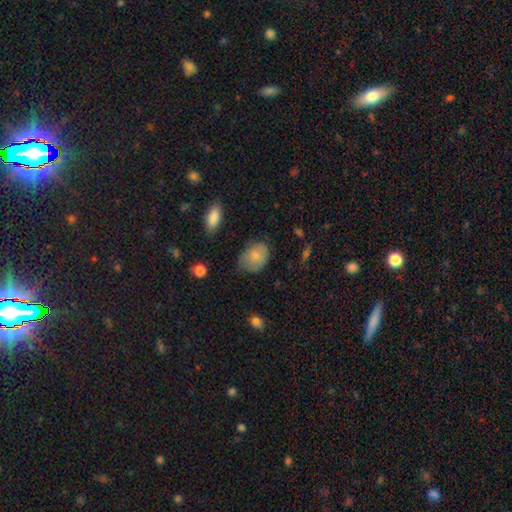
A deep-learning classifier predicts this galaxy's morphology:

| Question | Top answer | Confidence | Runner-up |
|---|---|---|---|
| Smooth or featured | smooth | 76% | featured or disk (16%) |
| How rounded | in between | 71% | round (27%) |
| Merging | none | 54% | minor disturbance (35%) |